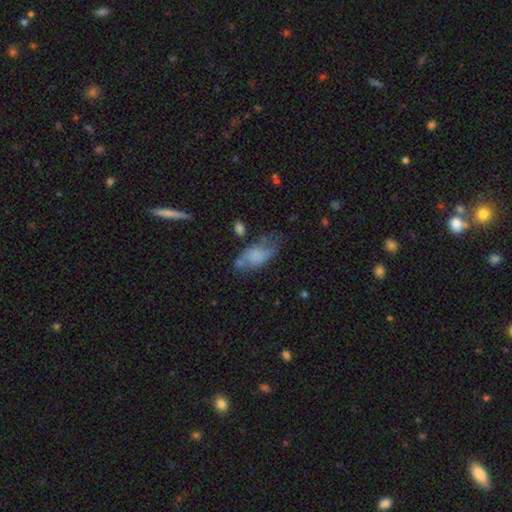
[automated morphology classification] Smooth or featured: smooth — 63% (featured or disk — 28%)
How rounded: in between — 86% (cigar-shaped — 10%)
Merging: none — 43% (minor disturbance — 29%)